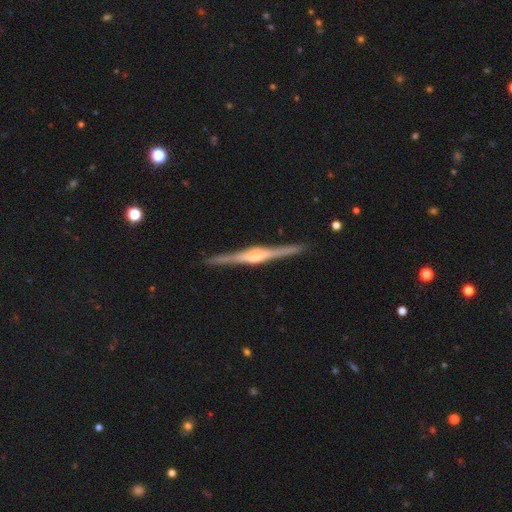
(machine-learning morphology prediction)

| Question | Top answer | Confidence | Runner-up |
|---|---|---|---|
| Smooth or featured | featured or disk | 83% | smooth (12%) |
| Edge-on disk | yes | 98% | no (2%) |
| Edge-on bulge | rounded | 71% | boxy (23%) |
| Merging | none | 90% | minor disturbance (7%) |